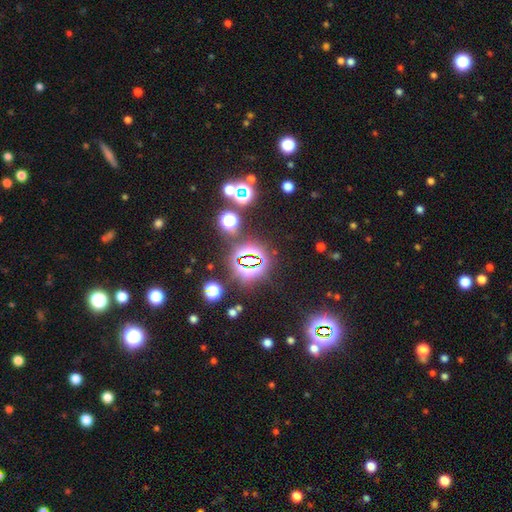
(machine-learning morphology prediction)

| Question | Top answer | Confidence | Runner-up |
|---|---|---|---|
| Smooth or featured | star or artifact | 79% | smooth (13%) |